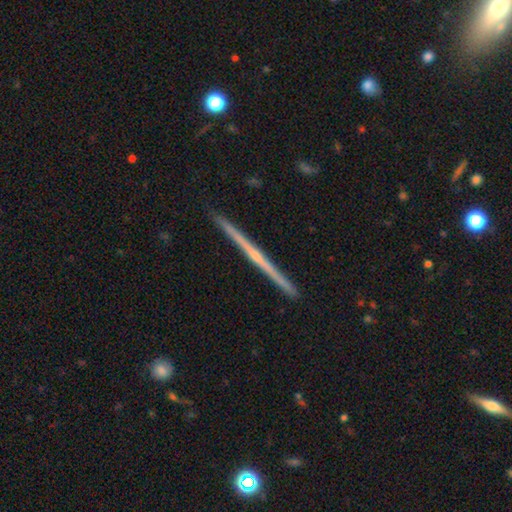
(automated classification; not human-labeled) This is likely a featured or disk galaxy (79%). It is clearly viewed edge-on (99%). Edge-on bulge: possibly rounded (50%). Merging: clearly none (93%).